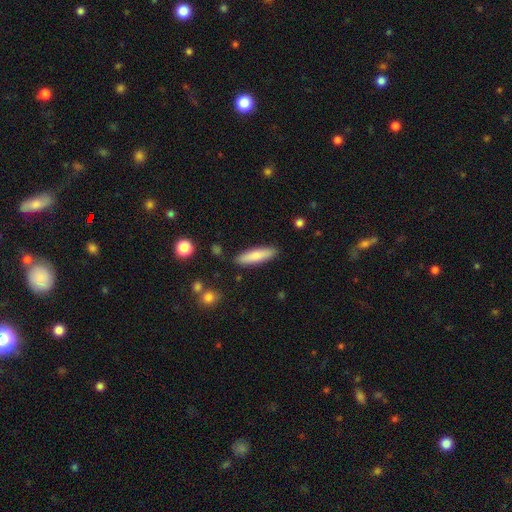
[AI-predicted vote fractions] smooth_or_featured: smooth (p=0.77) [alt: featured or disk p=0.17]
how_rounded: cigar-shaped (p=0.71) [alt: in between p=0.27]
merging: none (p=0.86) [alt: minor disturbance p=0.10]